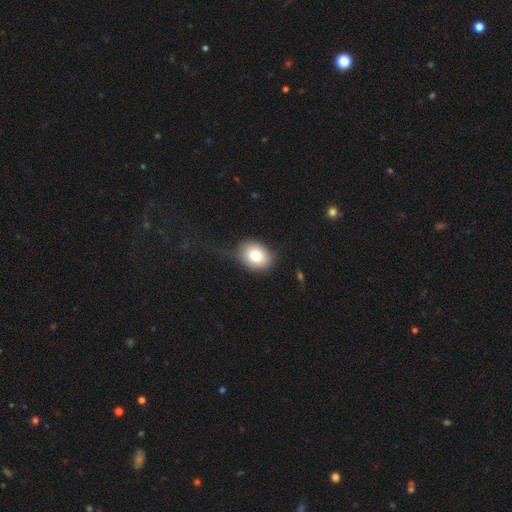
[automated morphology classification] type=smooth (77%); roundness=round (51%); merging=none (62%).